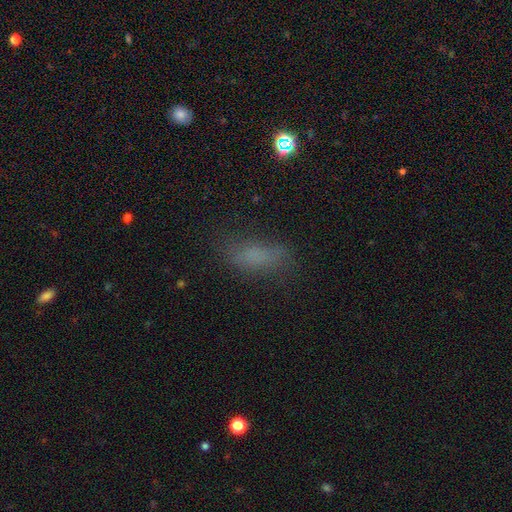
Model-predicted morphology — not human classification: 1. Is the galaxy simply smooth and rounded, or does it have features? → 71% smooth, 15% star or artifact, 14% featured or disk.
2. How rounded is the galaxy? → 66% in between, 29% cigar-shaped, 4% round.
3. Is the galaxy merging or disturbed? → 65% none, 21% minor disturbance, 12% major disturbance, 2% merger.